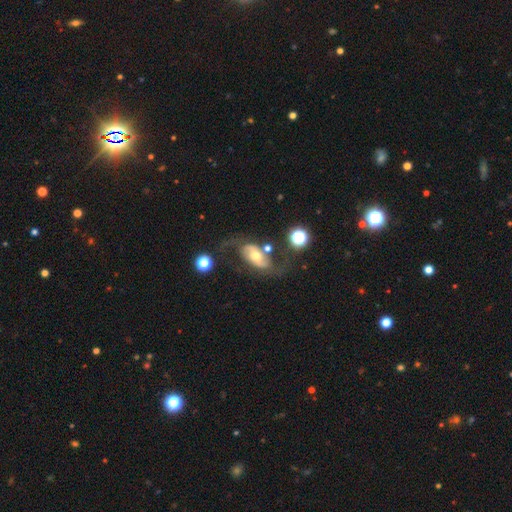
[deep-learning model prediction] featured or disk 70%, smooth 22%, star or artifact 8%. Down the decision tree: edge-on disk — no (94%); bar — no (55%); spiral arms — yes (81%); spiral arm count — 2 (86%); spiral winding — loose (55%); bulge size — moderate (67%); merging — none (52%).